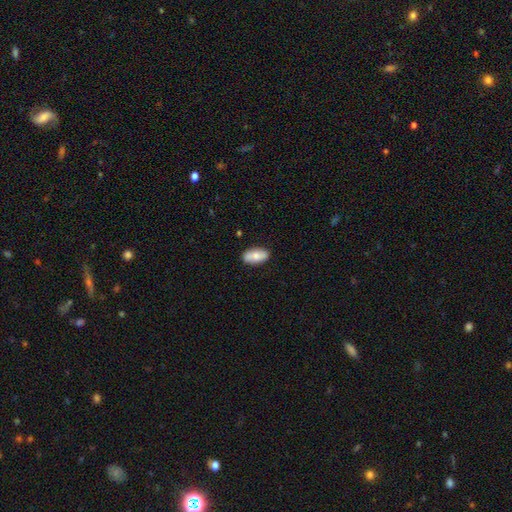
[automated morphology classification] type=smooth (69%); roundness=in between (91%); merging=none (82%).